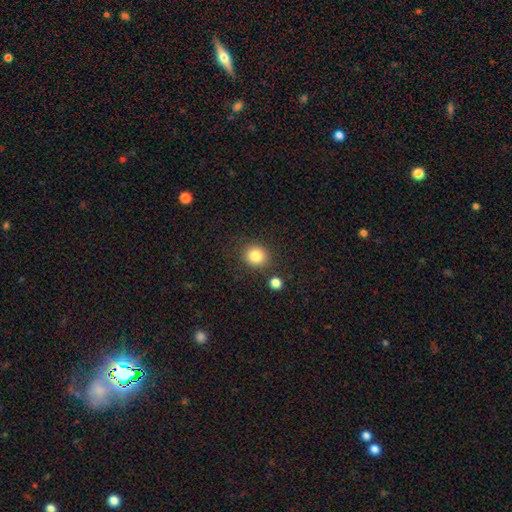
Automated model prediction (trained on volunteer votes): This appears to be a smooth galaxy with no disk features (83%) that is round (83%). Merging: none (83%).